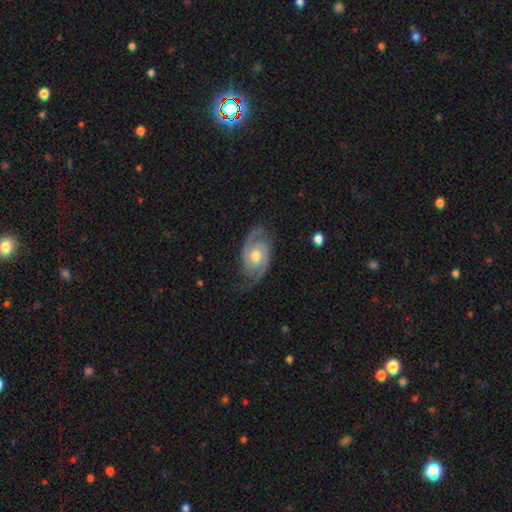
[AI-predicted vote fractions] This is clearly a featured or disk galaxy (90%). It is clearly not viewed edge-on (97%). Bar: likely no (70%). Spiral arm pattern: clearly yes (97%). Spiral arm count: clearly 2 (89%). Spiral winding: marginally medium (44%). Central bulge: likely moderate (72%). Merging: likely none (77%).